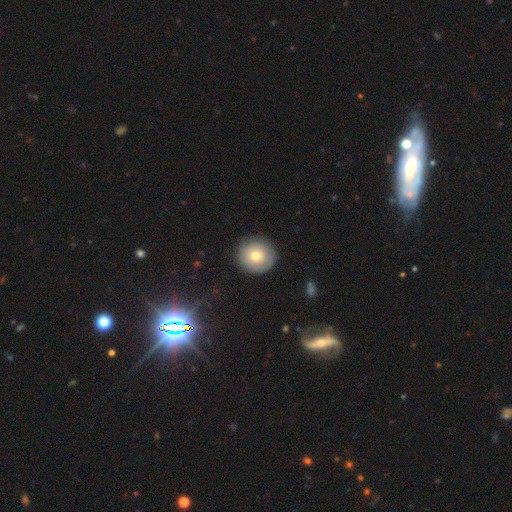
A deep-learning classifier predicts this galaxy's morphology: The model was most divided on "smooth or featured": smooth: 73%, featured or disk: 18%, star or artifact: 8%. More confident: how rounded — round (93%); merging — none (87%).